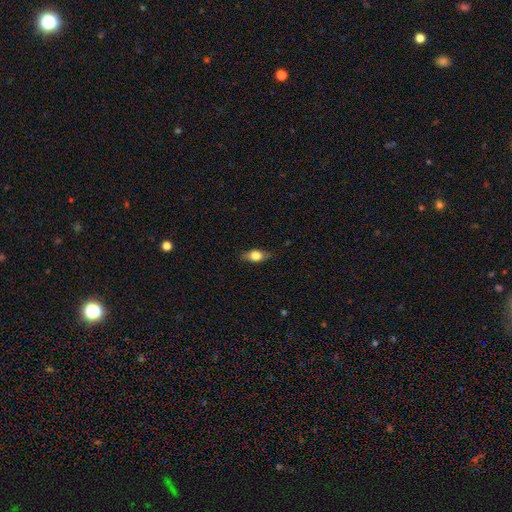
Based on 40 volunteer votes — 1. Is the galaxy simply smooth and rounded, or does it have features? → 62% smooth, 32% featured or disk, 5% star or artifact.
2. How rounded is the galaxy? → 56% in between, 24% cigar-shaped, 20% round.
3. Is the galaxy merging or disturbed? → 84% none, 11% minor disturbance, 5% major disturbance, 0% merger.